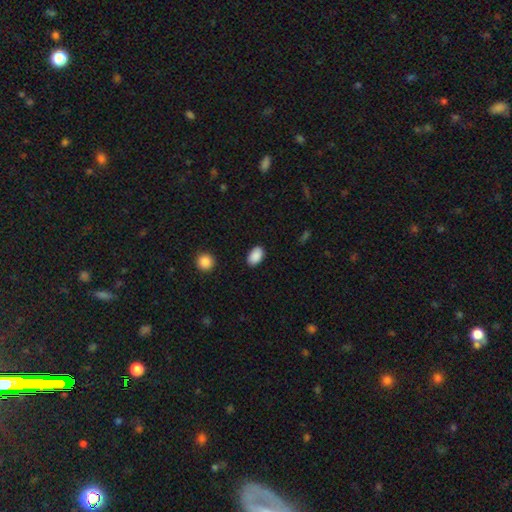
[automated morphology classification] Overall: smooth (90%). How rounded: in between (90%). Merging: none (88%).